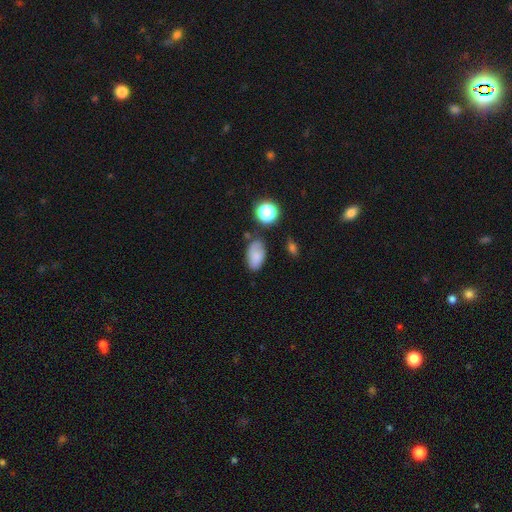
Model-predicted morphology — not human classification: A smooth galaxy with no disk features (78%) that is in between round and cigar-shaped (90%).

Vote fractions:
- Smooth or featured? smooth: 78% / star or artifact: 12% / featured or disk: 11%
- How rounded? in between: 90% / round: 8% / cigar-shaped: 2%
- Merging? none: 66% / minor disturbance: 22% / merger: 6% / major disturbance: 6%